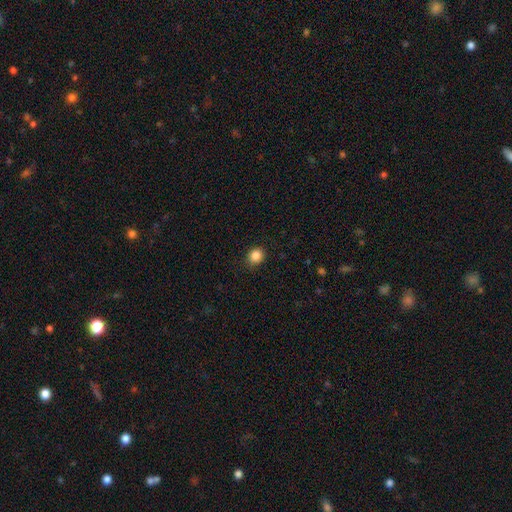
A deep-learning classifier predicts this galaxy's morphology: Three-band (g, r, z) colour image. It shows a smooth galaxy with no disk features (86%) that is round (78%). Merging: none (87%).